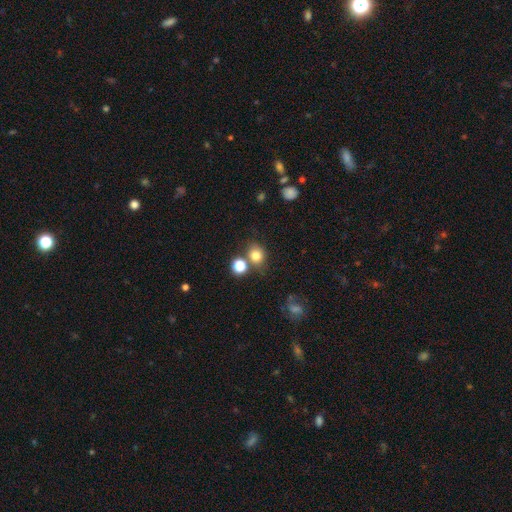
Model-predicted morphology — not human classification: Smooth or featured? Predicted: smooth (p=0.78). How rounded? Predicted: round (p=0.66). Merging? Predicted: none (p=0.66).